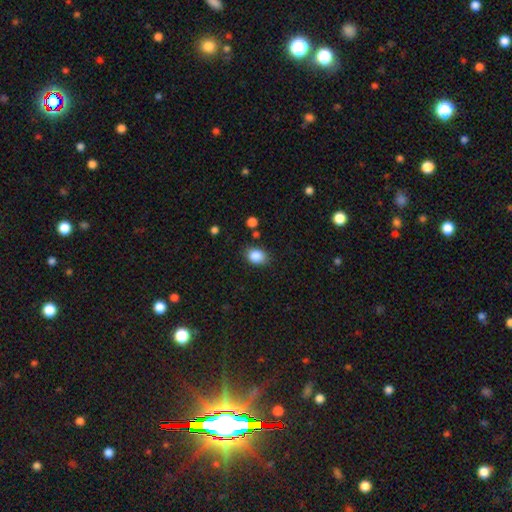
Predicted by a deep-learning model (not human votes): A smooth galaxy with no disk features (86%) that is in between round and cigar-shaped (62%). Merging: none (79%).